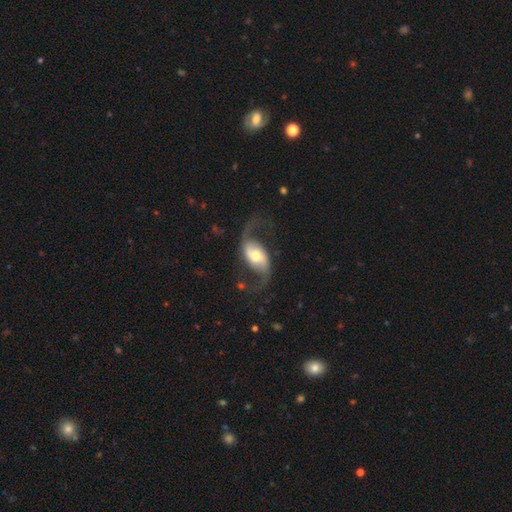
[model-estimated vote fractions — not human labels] The model was most divided on "bar": no: 40%, weak: 36%, strong: 23%. More confident: edge-on disk — no (97%); spiral arms — yes (95%); spiral arm count — 2 (94%); smooth or featured — featured or disk (86%); spiral winding — loose (77%); merging — none (68%); bulge size — moderate (62%).